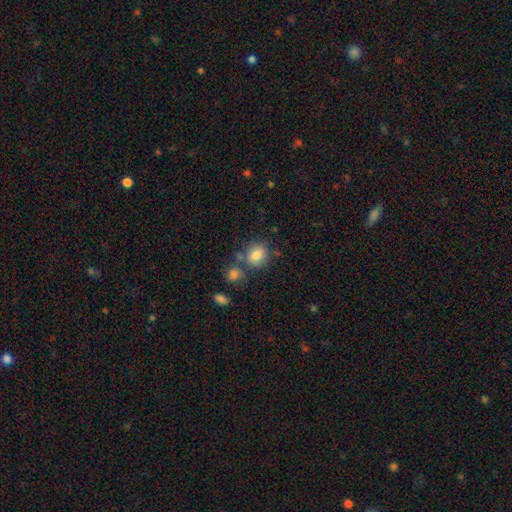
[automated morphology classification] smooth 80%, star or artifact 10%, featured or disk 9%. Down the decision tree: how rounded — round (68%); merging — none (67%).